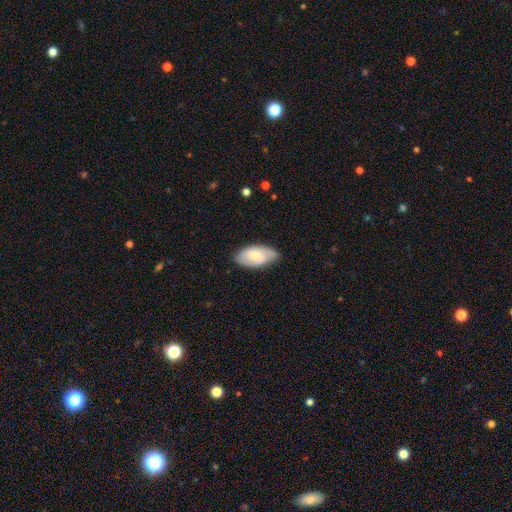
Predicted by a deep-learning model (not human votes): This appears to be a smooth galaxy with no disk features (56%) that is in between round and cigar-shaped (94%). Merging: none (71%).